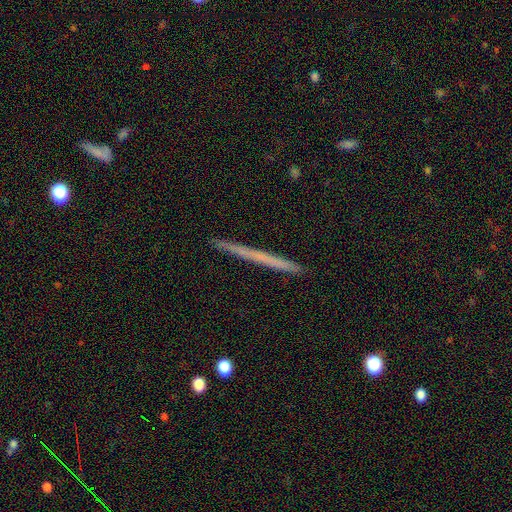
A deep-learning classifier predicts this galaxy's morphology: This is possibly a featured or disk galaxy (46%). Merging: clearly none (92%).